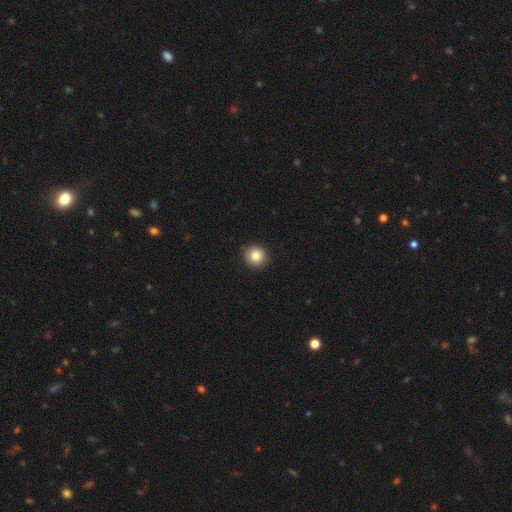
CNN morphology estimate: Smooth or featured? smooth (85%)
How rounded? round (90%)
Merging? none (92%)